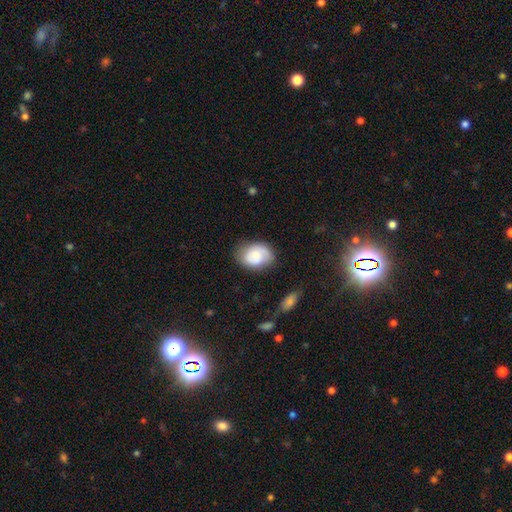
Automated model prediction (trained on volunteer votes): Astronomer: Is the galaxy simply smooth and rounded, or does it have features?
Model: smooth — 61%.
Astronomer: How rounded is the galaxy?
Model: in between — 68%.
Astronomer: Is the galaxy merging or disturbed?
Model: none — 69%.